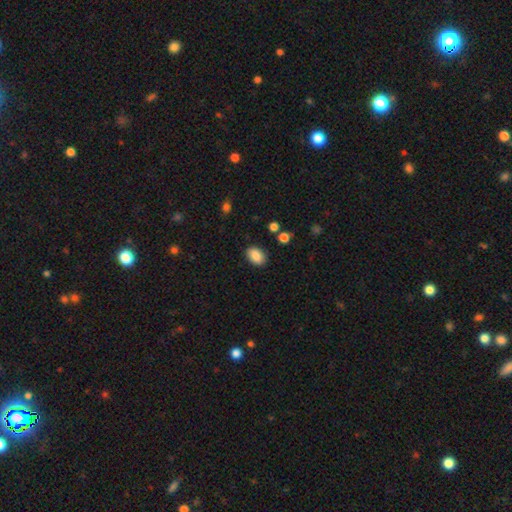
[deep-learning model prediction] The model was most divided on "how rounded": in between: 81%, round: 17%, cigar-shaped: 1%. More confident: smooth or featured — smooth (87%); merging — none (87%).